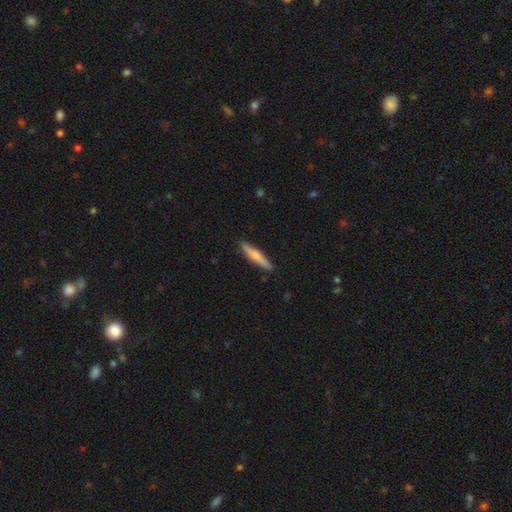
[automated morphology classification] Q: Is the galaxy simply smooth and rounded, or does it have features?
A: smooth — 63%.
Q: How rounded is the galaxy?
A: cigar-shaped — 88%.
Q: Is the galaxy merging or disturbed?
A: none — 89%.